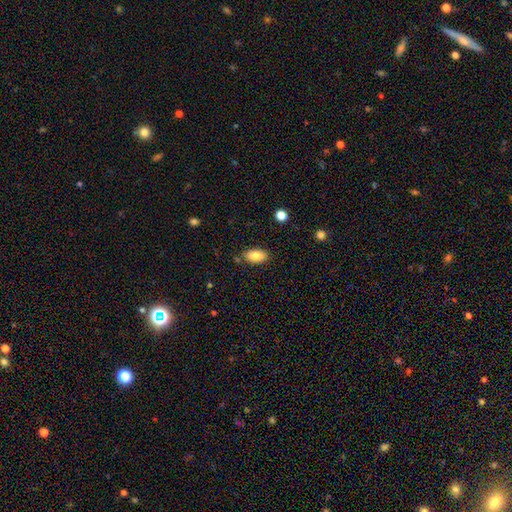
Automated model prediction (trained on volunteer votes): The model was most divided on "merging": none: 83%, minor disturbance: 11%, merger: 3%, major disturbance: 3%. More confident: how rounded — in between (92%); smooth or featured — smooth (85%).